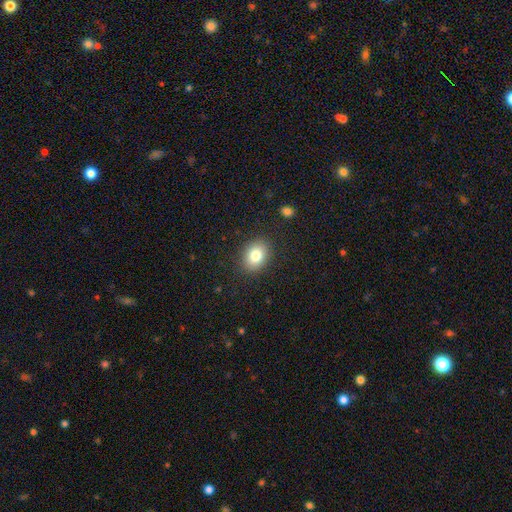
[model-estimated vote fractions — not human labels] Smooth or featured?
  - smooth: 81% *
  - featured or disk: 9%
  - star or artifact: 9%
How rounded?
  - in between: 62% *
  - round: 37%
  - cigar-shaped: 1%
Merging?
  - none: 88% *
  - minor disturbance: 8%
  - major disturbance: 3%
  - merger: 1%